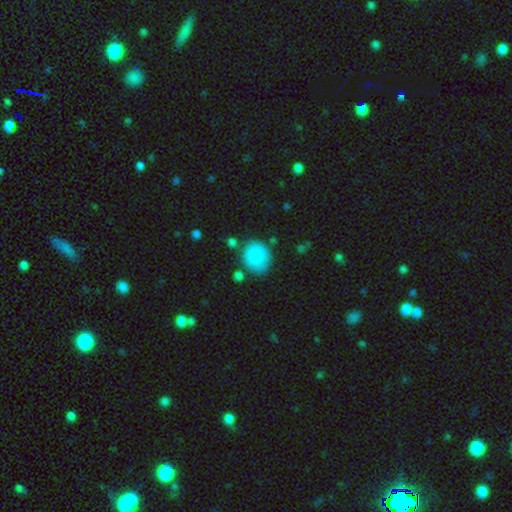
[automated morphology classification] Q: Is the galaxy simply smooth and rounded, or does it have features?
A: smooth — 84%.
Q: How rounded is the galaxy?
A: round — 70%.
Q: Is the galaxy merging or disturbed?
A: none — 70%.